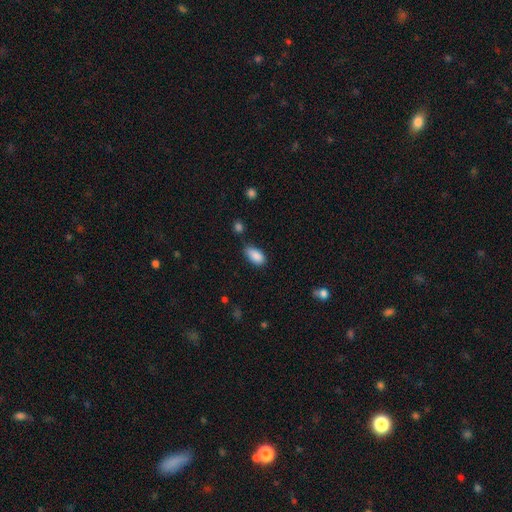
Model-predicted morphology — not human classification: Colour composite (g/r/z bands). It shows a smooth galaxy with no disk features (88%) that is in between round and cigar-shaped (92%). Merging: none (69%).